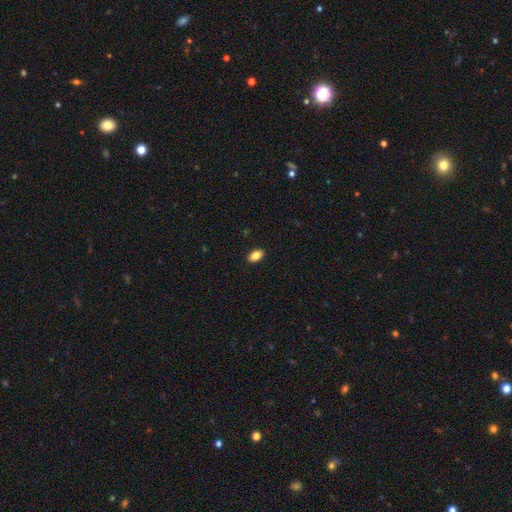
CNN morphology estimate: Q: Smooth or featured?
A: smooth (84%); runner-up: star or artifact (9%)
Q: How rounded?
A: in between (88%); runner-up: round (9%)
Q: Merging?
A: none (90%); runner-up: minor disturbance (8%)